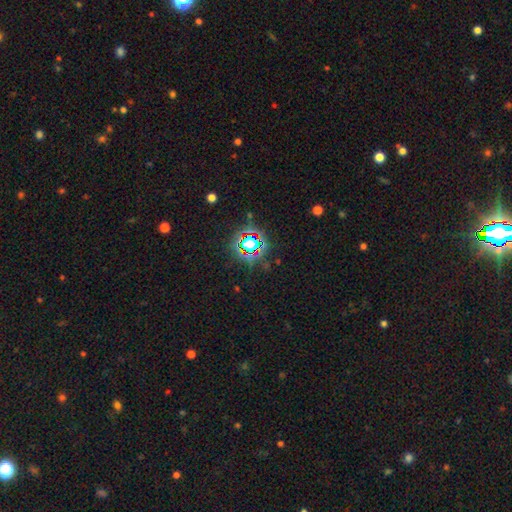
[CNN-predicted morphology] A star or artifact, not a galaxy (81%).